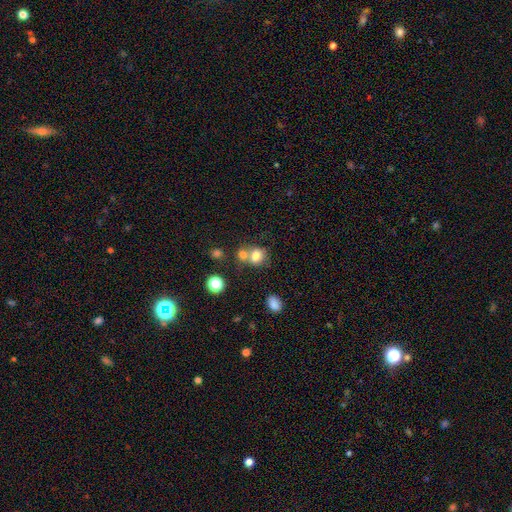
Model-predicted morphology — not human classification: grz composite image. It shows a smooth galaxy with no disk features (77%) that is round (66%). Merging: merger (44%).